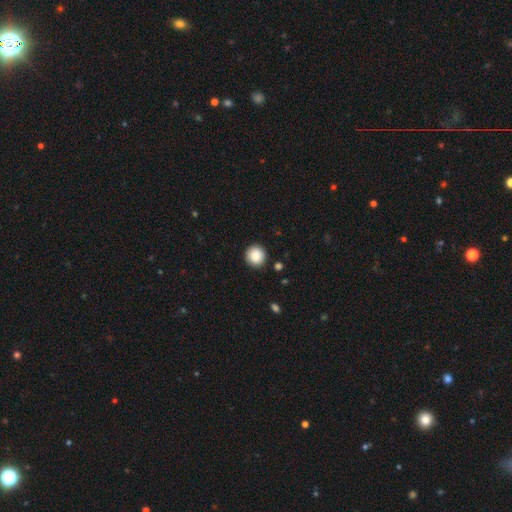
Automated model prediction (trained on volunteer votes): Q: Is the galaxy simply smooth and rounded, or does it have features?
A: smooth — 88%.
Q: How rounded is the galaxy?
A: round — 93%.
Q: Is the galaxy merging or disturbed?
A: none — 91%.